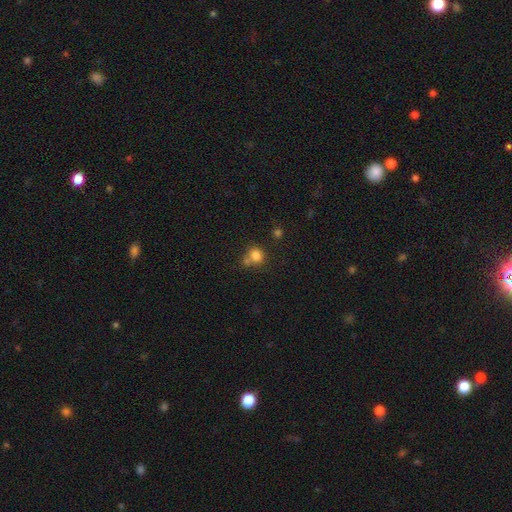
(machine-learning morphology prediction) A smooth galaxy with no disk features (80%) that is round (79%). Merging: none (53%).